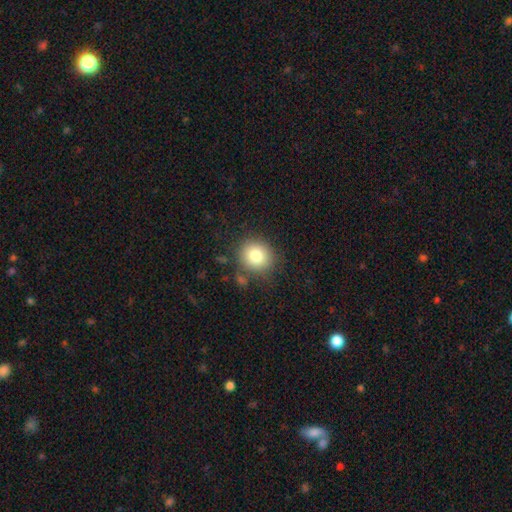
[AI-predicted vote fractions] smooth-or-featured: smooth: 81% | star or artifact: 10% | featured or disk: 8%
  how-rounded: round: 87% | in between: 13% | cigar-shaped: 1%
  merging: none: 82% | minor disturbance: 10% | major disturbance: 4% | merger: 4%